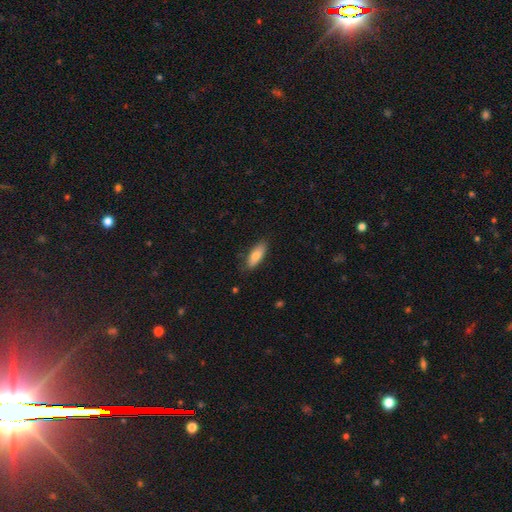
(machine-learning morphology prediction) This is likely a smooth galaxy (79%). How rounded: likely in between (69%). Merging: clearly none (82%).